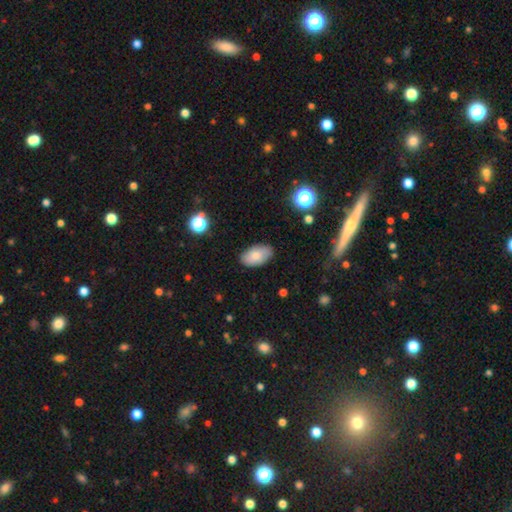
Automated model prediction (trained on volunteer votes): smooth-or-featured: smooth: 82% | featured or disk: 10% | star or artifact: 8%
  how-rounded: in between: 94% | round: 4% | cigar-shaped: 2%
  merging: none: 84% | minor disturbance: 12% | major disturbance: 2% | merger: 1%